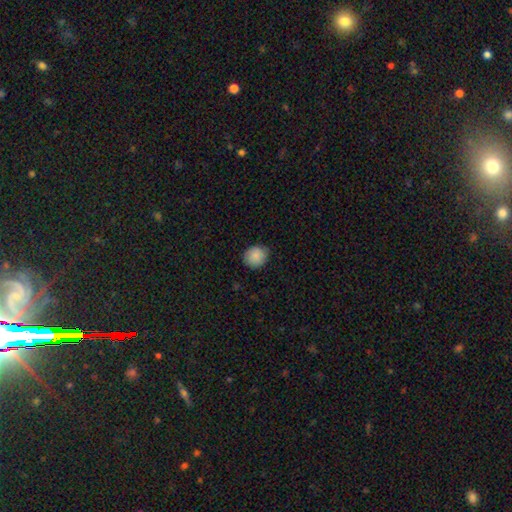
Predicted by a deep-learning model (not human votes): smooth 87%, star or artifact 7%, featured or disk 6%. Down the decision tree: how rounded — round (75%); merging — none (78%).